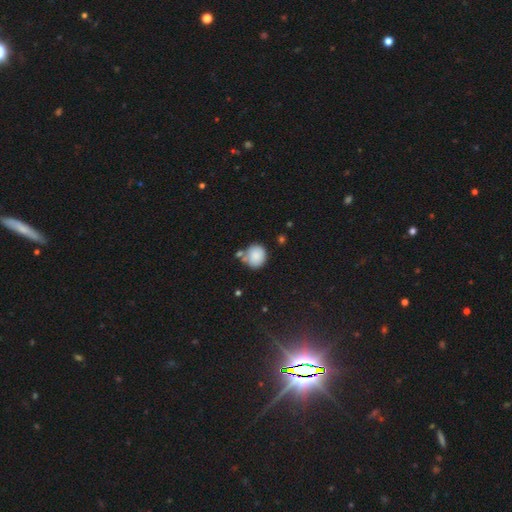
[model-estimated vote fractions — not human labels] smooth 85%, star or artifact 8%, featured or disk 7%. Down the decision tree: how rounded — round (83%); merging — none (57%).